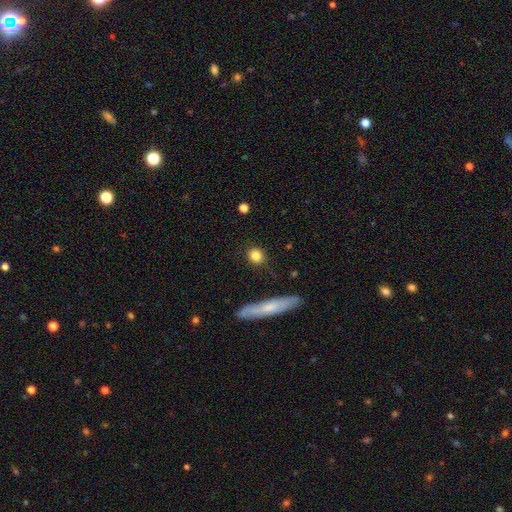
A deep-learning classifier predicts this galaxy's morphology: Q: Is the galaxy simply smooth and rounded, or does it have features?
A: smooth — 83%.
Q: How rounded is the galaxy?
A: round — 79%.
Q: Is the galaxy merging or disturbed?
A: none — 87%.